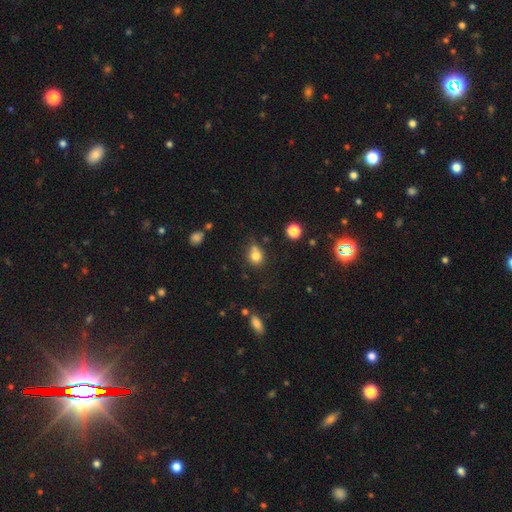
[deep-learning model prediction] Q: Smooth or featured?
A: smooth (79%); runner-up: star or artifact (13%)
Q: How rounded?
A: round (70%); runner-up: in between (29%)
Q: Merging?
A: none (59%); runner-up: minor disturbance (19%)